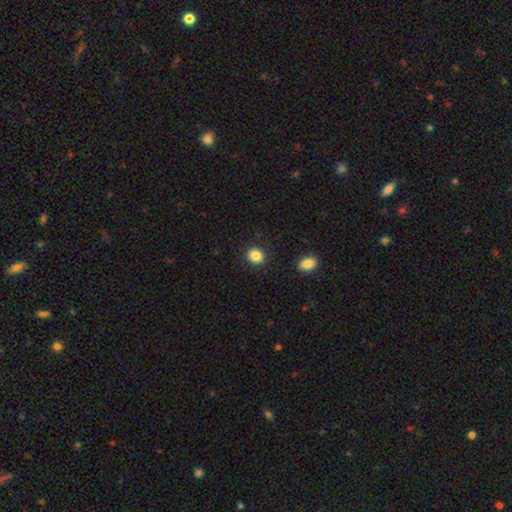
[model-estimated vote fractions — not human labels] smooth 86%, star or artifact 9%, featured or disk 5%. Down the decision tree: how rounded — round (77%); merging — none (90%).